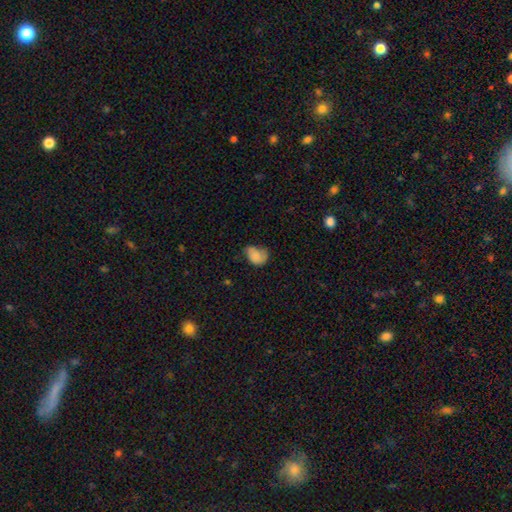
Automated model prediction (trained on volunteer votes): smooth_or_featured: smooth (p=0.72) [alt: featured or disk p=0.18]
how_rounded: in between (p=0.71) [alt: round p=0.28]
merging: minor disturbance (p=0.41) [alt: none p=0.35]